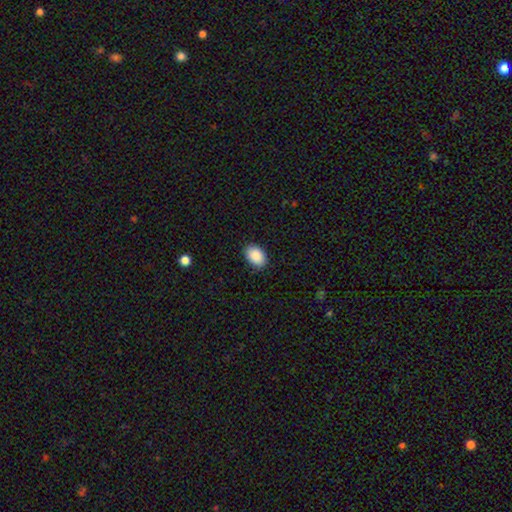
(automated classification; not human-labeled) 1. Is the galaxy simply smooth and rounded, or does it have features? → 90% smooth, 7% star or artifact, 4% featured or disk.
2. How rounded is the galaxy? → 88% in between, 11% round, 1% cigar-shaped.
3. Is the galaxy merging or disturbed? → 88% none, 9% minor disturbance, 2% major disturbance, 1% merger.